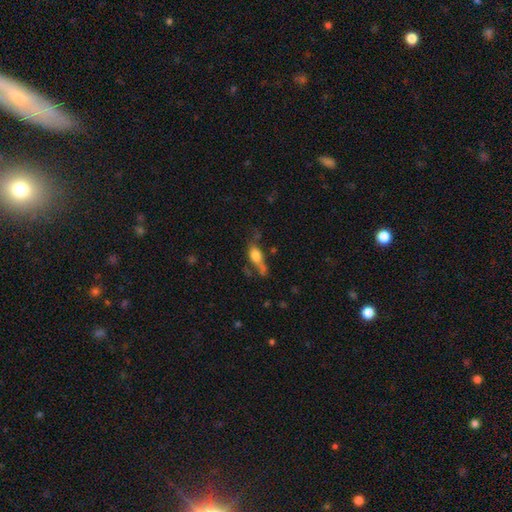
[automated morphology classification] Smooth or featured? smooth (67%)
How rounded? in between (68%)
Merging? none (39%)